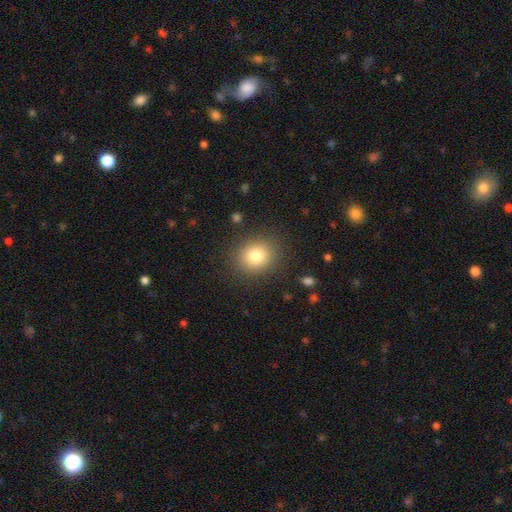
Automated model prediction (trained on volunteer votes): smooth_or_featured: smooth (p=0.80) [alt: star or artifact p=0.12]
how_rounded: round (p=0.81) [alt: in between p=0.18]
merging: none (p=0.87) [alt: minor disturbance p=0.08]